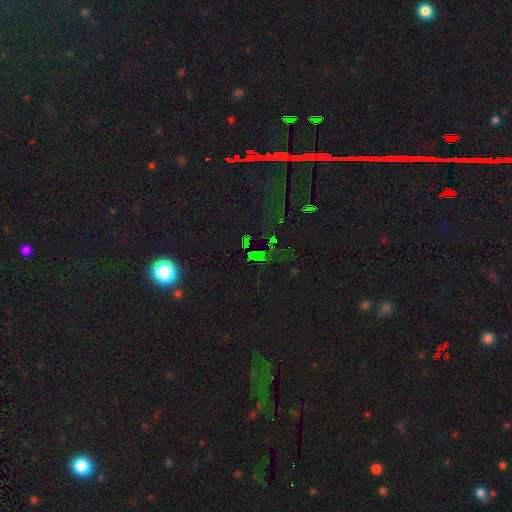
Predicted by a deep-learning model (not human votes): This appears to be a star or artifact, not a galaxy (75%).